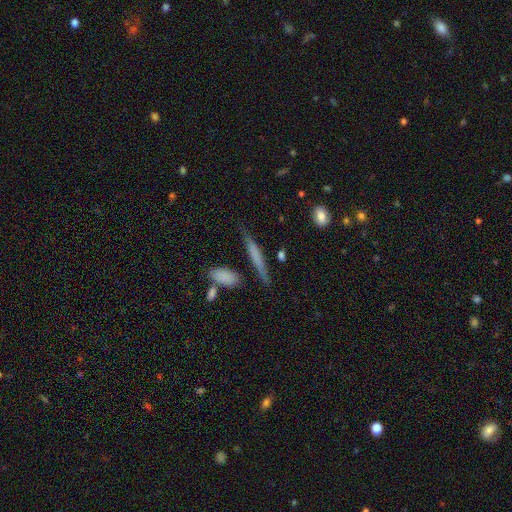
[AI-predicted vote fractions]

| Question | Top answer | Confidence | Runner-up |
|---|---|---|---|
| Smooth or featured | smooth | 55% | featured or disk (36%) |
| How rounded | cigar-shaped | 90% | in between (8%) |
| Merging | none | 76% | minor disturbance (15%) |